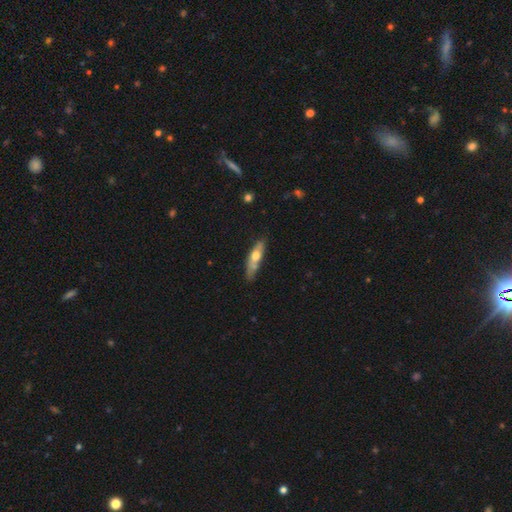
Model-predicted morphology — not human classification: smooth_or_featured: smooth (p=0.50) [alt: featured or disk p=0.44]
merging: none (p=0.62) [alt: minor disturbance p=0.24]